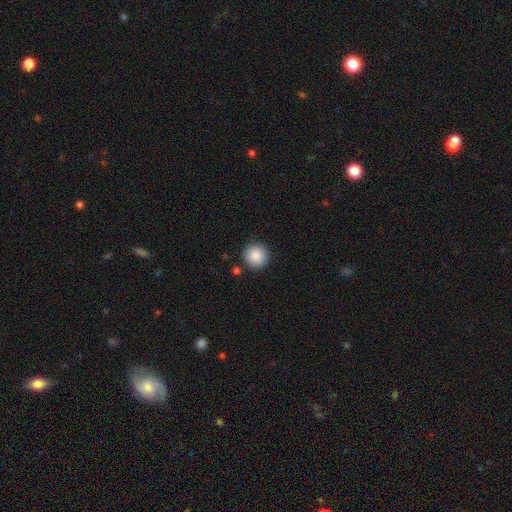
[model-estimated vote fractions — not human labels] The model was most divided on "smooth or featured": smooth: 88%, star or artifact: 8%, featured or disk: 4%. More confident: how rounded — round (95%); merging — none (89%).